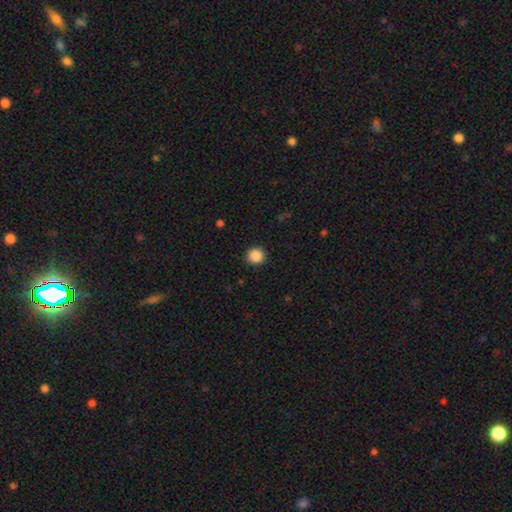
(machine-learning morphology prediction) Smooth or featured? Predicted: smooth (p=0.88). How rounded? Predicted: round (p=0.93). Merging? Predicted: none (p=0.91).